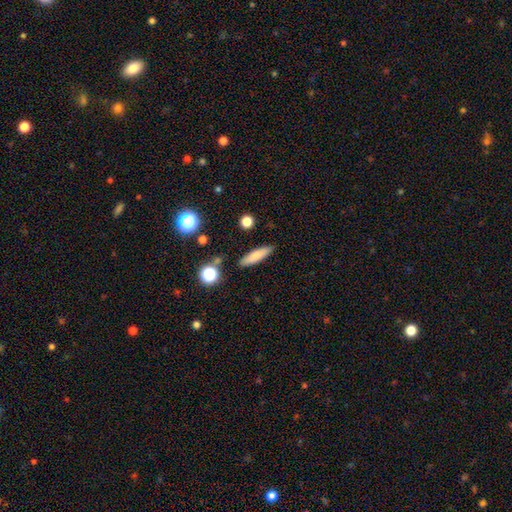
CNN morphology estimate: This is likely a smooth galaxy (77%). How rounded: likely cigar-shaped (75%). Merging: clearly none (87%).